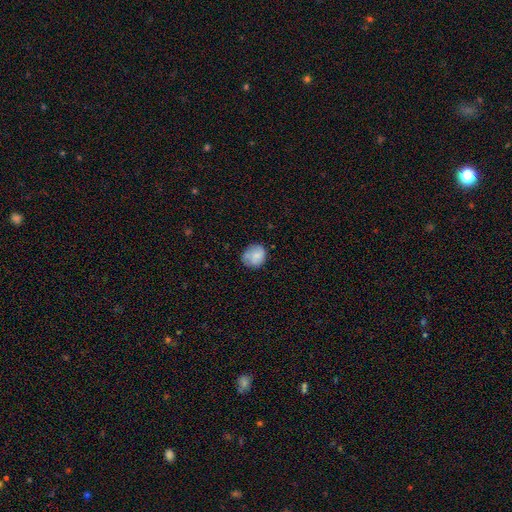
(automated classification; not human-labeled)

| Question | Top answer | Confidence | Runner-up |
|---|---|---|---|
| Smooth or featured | smooth | 74% | featured or disk (19%) |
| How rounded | round | 72% | in between (27%) |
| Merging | none | 68% | minor disturbance (24%) |